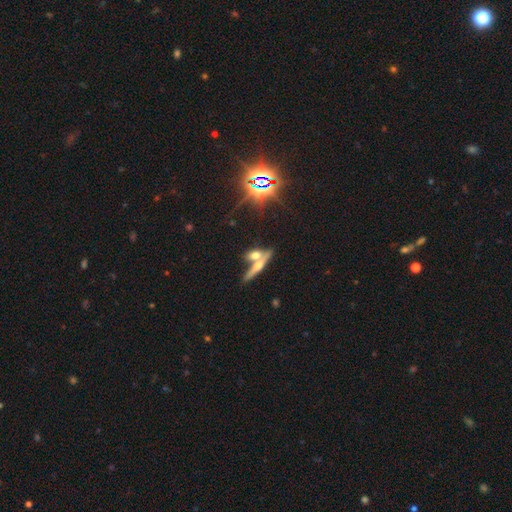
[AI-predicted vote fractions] A smooth galaxy with no disk features (43%). Merging: merger (48%).